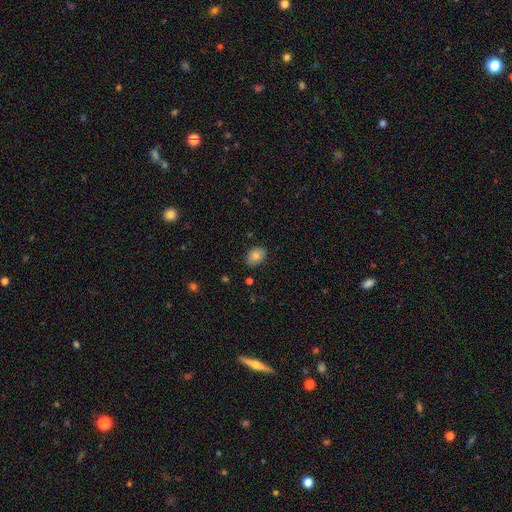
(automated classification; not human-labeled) Smooth or featured? smooth (79%)
How rounded? in between (71%)
Merging? none (84%)